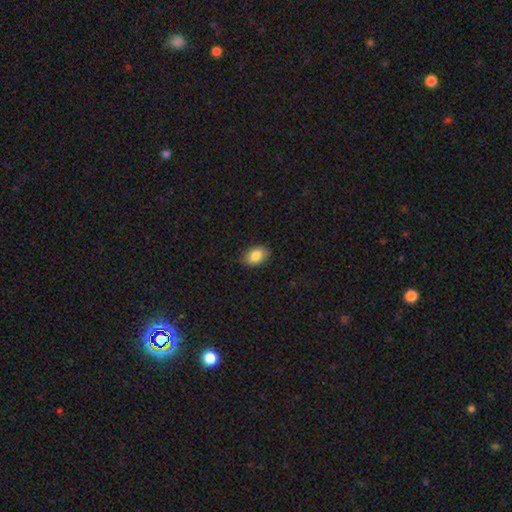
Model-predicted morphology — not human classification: smooth-or-featured: smooth: 85% | star or artifact: 7% | featured or disk: 7%
  how-rounded: in between: 85% | round: 13% | cigar-shaped: 1%
  merging: none: 86% | minor disturbance: 11% | major disturbance: 2% | merger: 1%